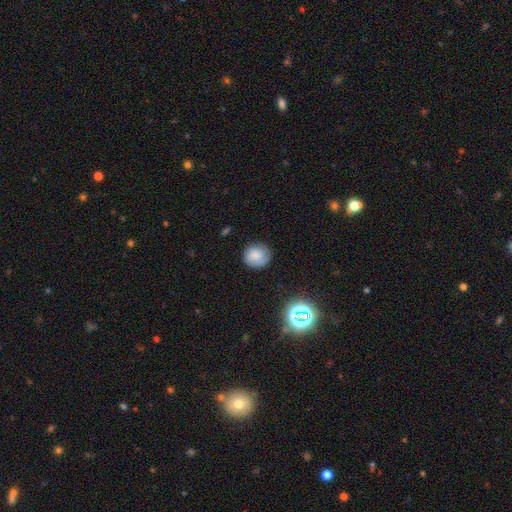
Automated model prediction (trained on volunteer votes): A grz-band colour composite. It shows a smooth galaxy with no disk features (72%) that is round (87%). Merging: none (80%).